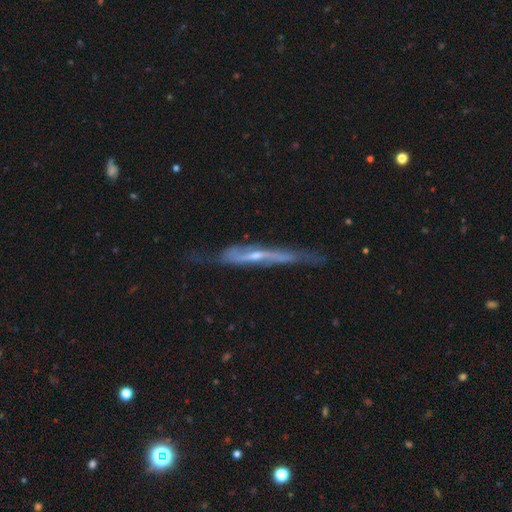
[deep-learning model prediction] Overall: featured or disk (78%). Edge-on disk: yes (69%; no 31%). Edge-on bulge: rounded (53%; none 39%). Merging: none (55%; minor disturbance 29%).